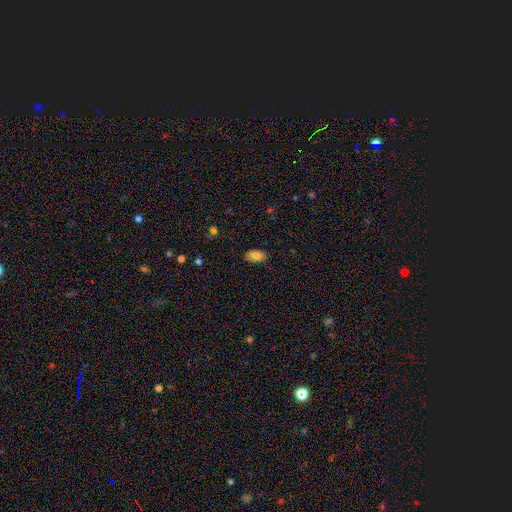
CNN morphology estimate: smooth_or_featured: smooth (p=0.82) [alt: featured or disk p=0.10]
how_rounded: in between (p=0.93) [alt: round p=0.04]
merging: none (p=0.86) [alt: minor disturbance p=0.11]